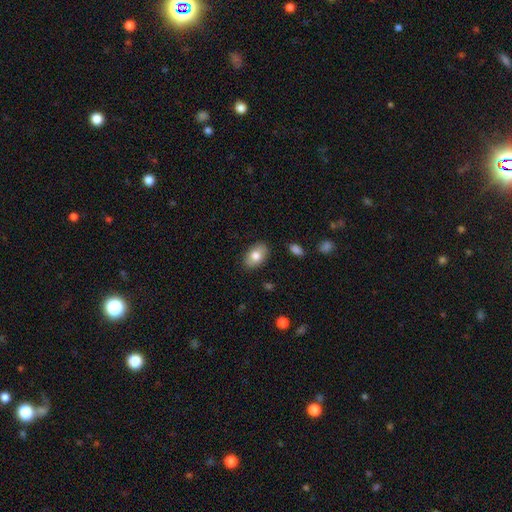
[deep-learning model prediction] smooth 78%, featured or disk 15%, star or artifact 7%. Down the decision tree: how rounded — in between (90%); merging — none (85%).